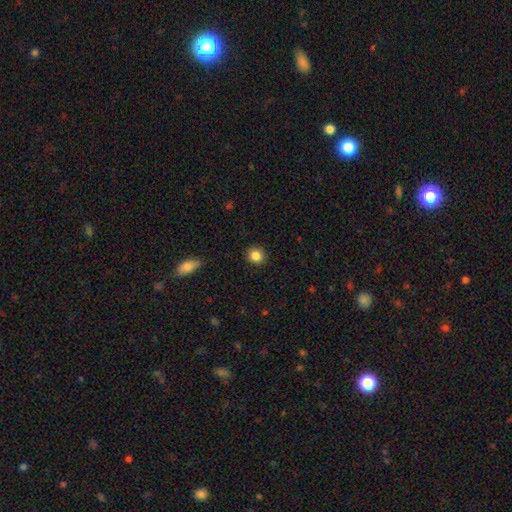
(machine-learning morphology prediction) smooth-or-featured: smooth: 86% | star or artifact: 10% | featured or disk: 5%
  how-rounded: round: 88% | in between: 11% | cigar-shaped: 1%
  merging: none: 90% | minor disturbance: 7% | major disturbance: 2% | merger: 1%